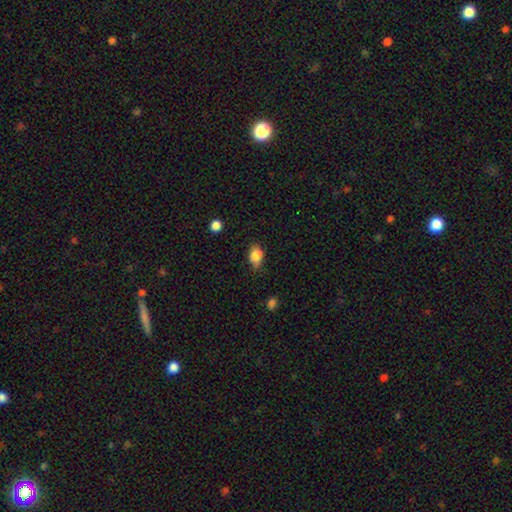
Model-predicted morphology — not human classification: A smooth galaxy with no disk features (83%) that is in between round and cigar-shaped (76%).

Vote fractions:
- Smooth or featured? smooth: 83% / star or artifact: 9% / featured or disk: 8%
- How rounded? in between: 76% / round: 22% / cigar-shaped: 2%
- Merging? none: 64% / minor disturbance: 28% / major disturbance: 6% / merger: 2%